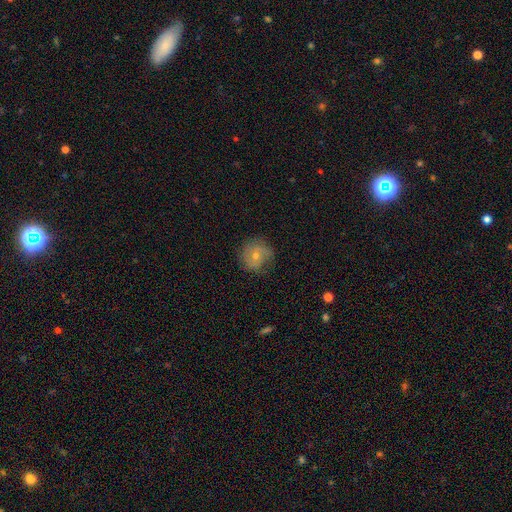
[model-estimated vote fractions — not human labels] Smooth or featured: featured or disk — 49% (smooth — 39%)
Merging: none — 76% (minor disturbance — 17%)